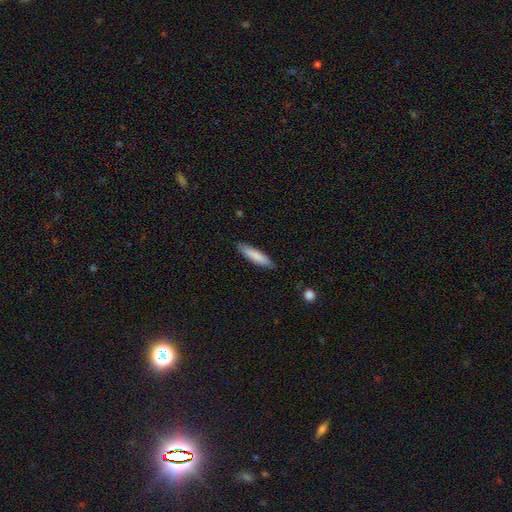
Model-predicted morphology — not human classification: A smooth galaxy with no disk features (82%) that is cigar-shaped (79%).

Vote fractions:
- Smooth or featured? smooth: 82% / featured or disk: 12% / star or artifact: 5%
- How rounded? cigar-shaped: 79% / in between: 19% / round: 1%
- Merging? none: 86% / minor disturbance: 11% / major disturbance: 2% / merger: 1%